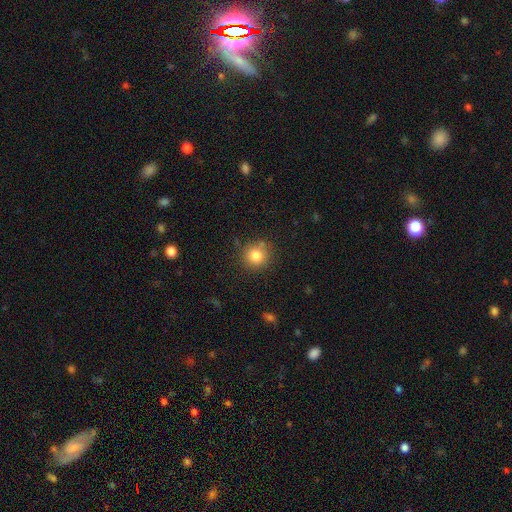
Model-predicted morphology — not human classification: Smooth or featured? Predicted: smooth (p=0.82). How rounded? Predicted: round (p=0.92). Merging? Predicted: none (p=0.81).